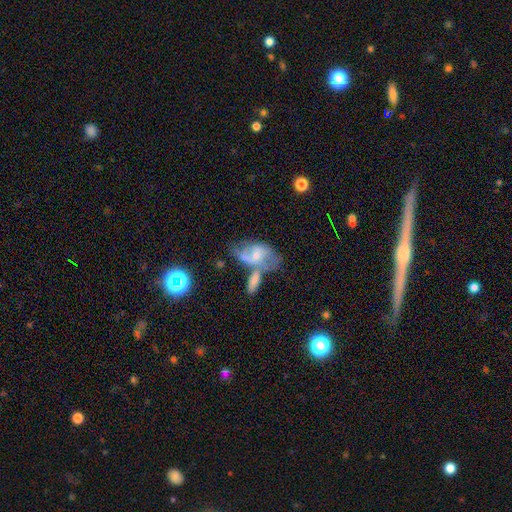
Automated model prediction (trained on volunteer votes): This is likely a featured or disk galaxy (63%). It is clearly not viewed edge-on (94%). Bar: possibly no (53%). Spiral arm pattern: likely yes (77%). Central bulge: possibly small (52%). Merging: marginally merger (42%).